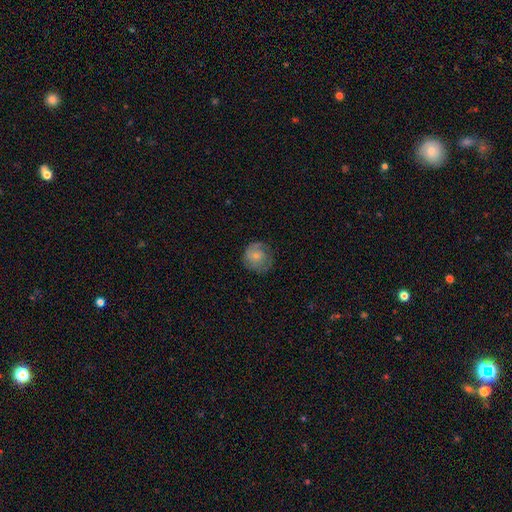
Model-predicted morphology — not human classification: Smooth or featured?
  - smooth: 55% *
  - featured or disk: 38%
  - star or artifact: 8%
How rounded?
  - round: 83% *
  - in between: 16%
  - cigar-shaped: 1%
Merging?
  - none: 65% *
  - minor disturbance: 23%
  - major disturbance: 11%
  - merger: 1%